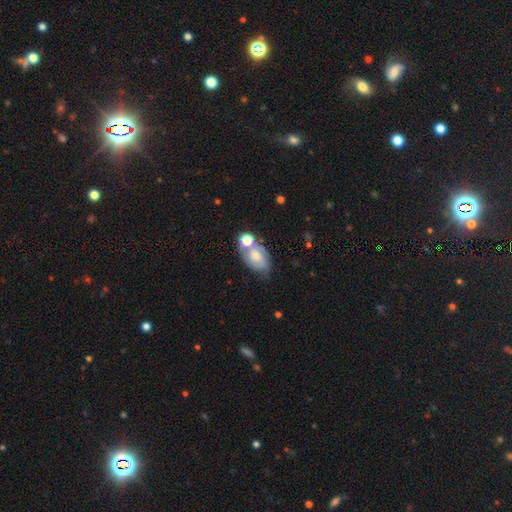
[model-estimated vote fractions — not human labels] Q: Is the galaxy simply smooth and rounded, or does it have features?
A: featured or disk — 47%.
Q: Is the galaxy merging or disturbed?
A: none — 37%.